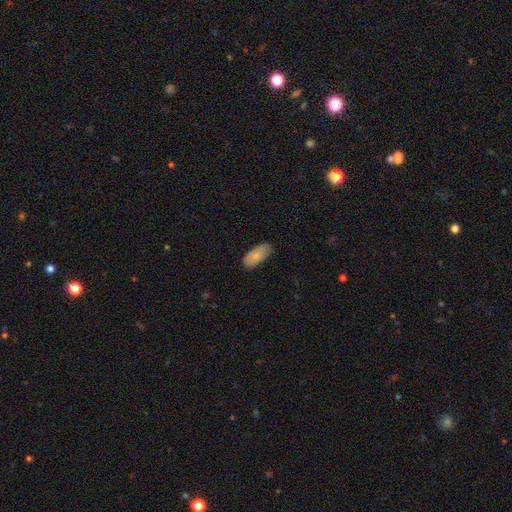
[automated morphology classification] smooth_or_featured: smooth (p=0.80) [alt: featured or disk p=0.14]
how_rounded: in between (p=0.90) [alt: cigar-shaped p=0.08]
merging: none (p=0.80) [alt: minor disturbance p=0.16]